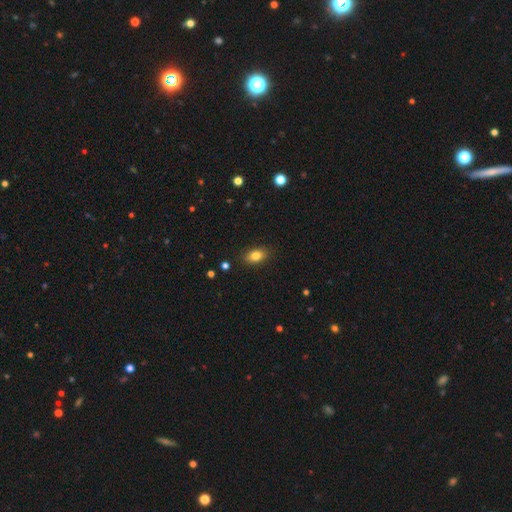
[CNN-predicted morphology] This is clearly a smooth galaxy (82%). How rounded: clearly in between (84%). Merging: clearly none (87%).